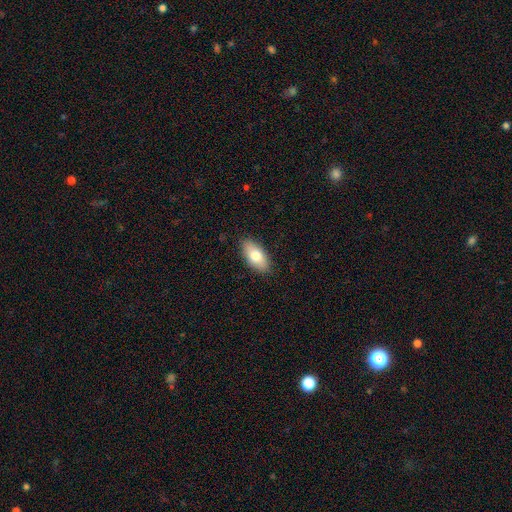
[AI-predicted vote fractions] smooth 77%, featured or disk 17%, star or artifact 7%. Down the decision tree: how rounded — in between (91%); merging — none (87%).